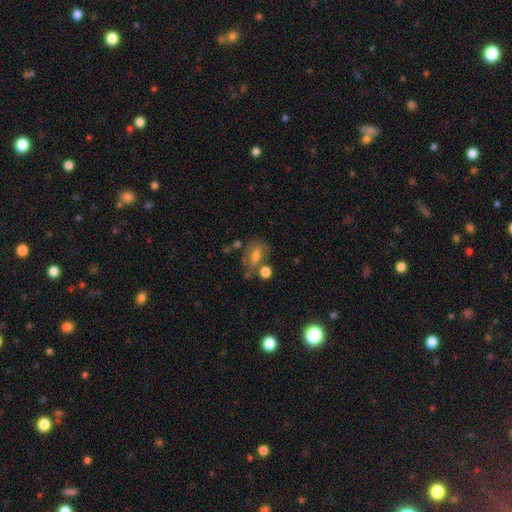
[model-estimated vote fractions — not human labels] Smooth or featured? smooth (45%)
Merging? none (50%)